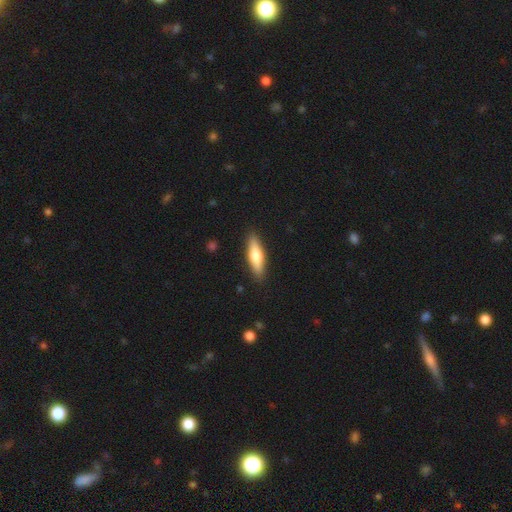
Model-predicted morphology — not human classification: Q: Smooth or featured?
A: smooth (60%); runner-up: featured or disk (35%)
Q: How rounded?
A: cigar-shaped (64%); runner-up: in between (34%)
Q: Merging?
A: none (89%); runner-up: minor disturbance (8%)